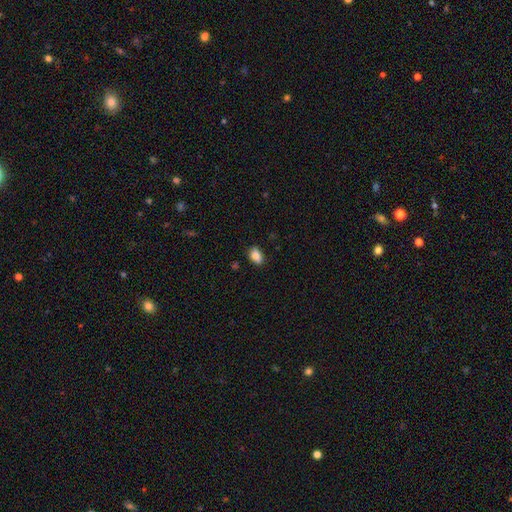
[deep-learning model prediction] smooth-or-featured: smooth: 85% | star or artifact: 8% | featured or disk: 7%
  how-rounded: in between: 85% | round: 13% | cigar-shaped: 2%
  merging: none: 82% | minor disturbance: 14% | major disturbance: 2% | merger: 2%